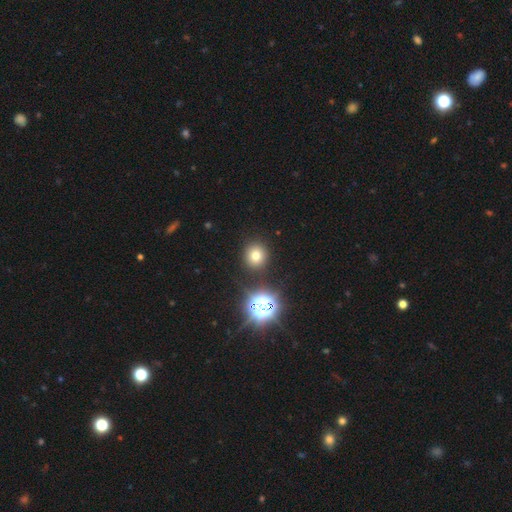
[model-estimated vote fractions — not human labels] smooth_or_featured: smooth (p=0.70) [alt: star or artifact p=0.22]
how_rounded: round (p=0.90) [alt: in between p=0.09]
merging: none (p=0.89) [alt: minor disturbance p=0.06]